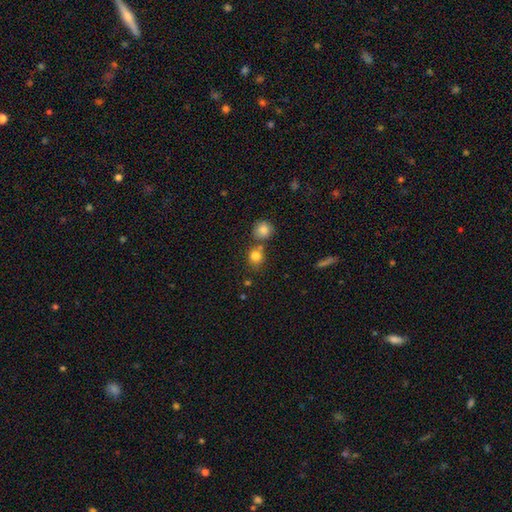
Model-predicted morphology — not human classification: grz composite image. It shows a smooth galaxy with no disk features (81%) that is round (75%). Merging: none (59%).